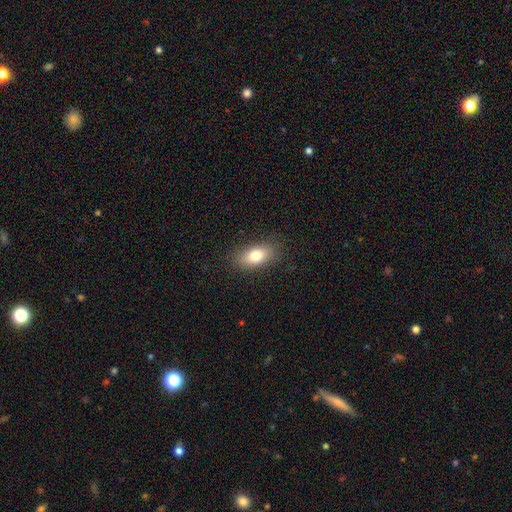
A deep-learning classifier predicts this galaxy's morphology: A smooth galaxy with no disk features (78%) that is in between round and cigar-shaped (86%).

Vote fractions:
- Smooth or featured? smooth: 78% / featured or disk: 13% / star or artifact: 8%
- How rounded? in between: 86% / cigar-shaped: 8% / round: 6%
- Merging? none: 85% / minor disturbance: 11% / major disturbance: 3% / merger: 1%